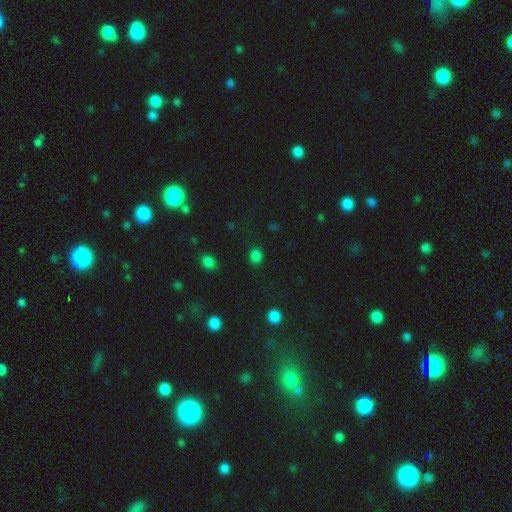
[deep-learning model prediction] Smooth or featured? smooth (81%)
How rounded? round (67%)
Merging? none (87%)